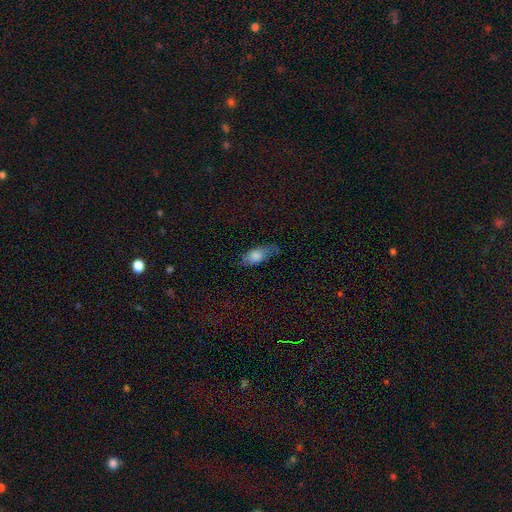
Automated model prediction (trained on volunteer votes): A smooth galaxy with no disk features (74%) that is in between round and cigar-shaped (78%). Merging: none (65%).